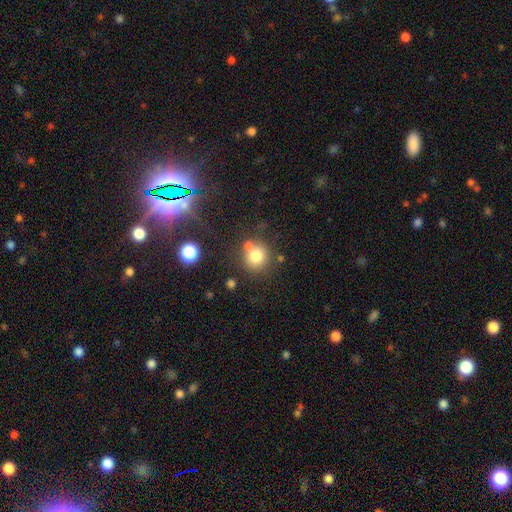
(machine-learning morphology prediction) Smooth or featured? Predicted: smooth (p=0.77). How rounded? Predicted: round (p=0.88). Merging? Predicted: none (p=0.63).